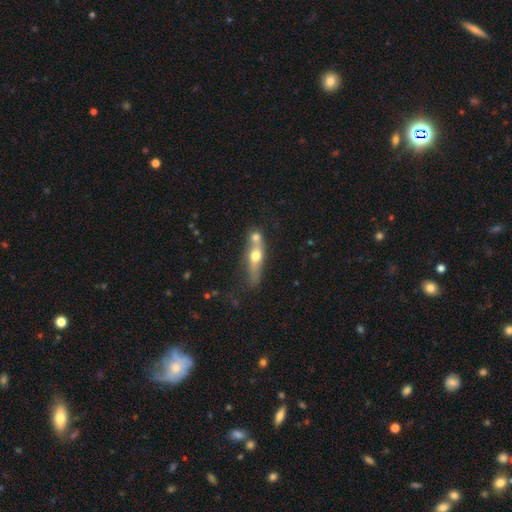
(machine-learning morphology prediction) Smooth or featured: smooth — 52% (featured or disk — 41%)
How rounded: cigar-shaped — 51% (in between — 40%)
Merging: merger — 44% (none — 36%)